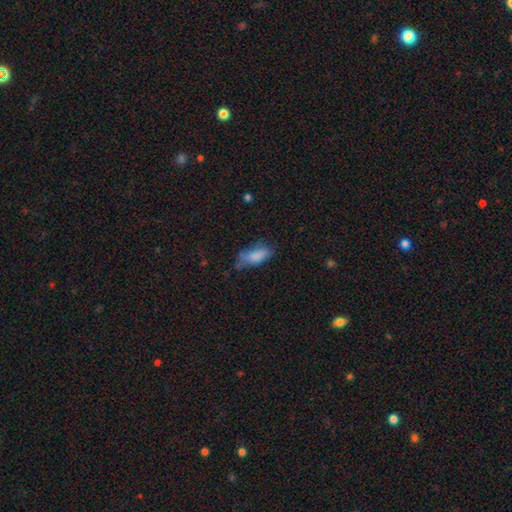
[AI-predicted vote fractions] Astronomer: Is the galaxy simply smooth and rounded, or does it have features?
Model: smooth — 77%.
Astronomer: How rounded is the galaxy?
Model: in between — 78%.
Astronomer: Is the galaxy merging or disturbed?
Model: none — 40% (runner-up: minor disturbance, 36%).